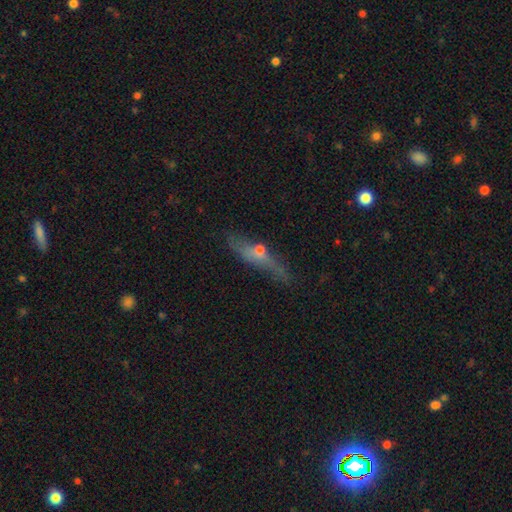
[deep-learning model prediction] smooth-or-featured: featured or disk: 61% | smooth: 27% | star or artifact: 11%
  disk-edge-on: yes: 78% | no: 22%
  merging: none: 69% | minor disturbance: 21% | major disturbance: 8% | merger: 3%